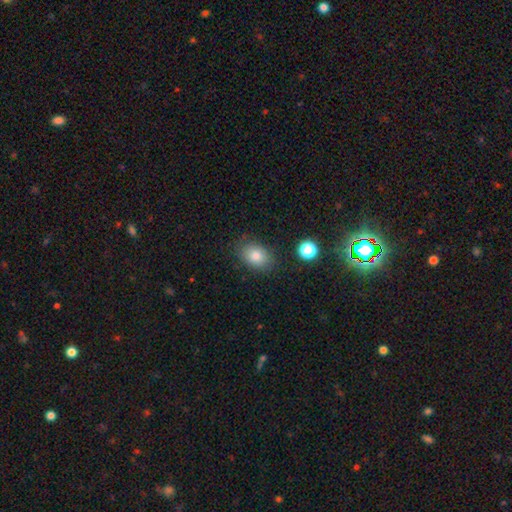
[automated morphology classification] smooth-or-featured: smooth: 82% | star or artifact: 10% | featured or disk: 8%
  how-rounded: in between: 71% | round: 28% | cigar-shaped: 1%
  merging: none: 81% | minor disturbance: 13% | major disturbance: 3% | merger: 2%